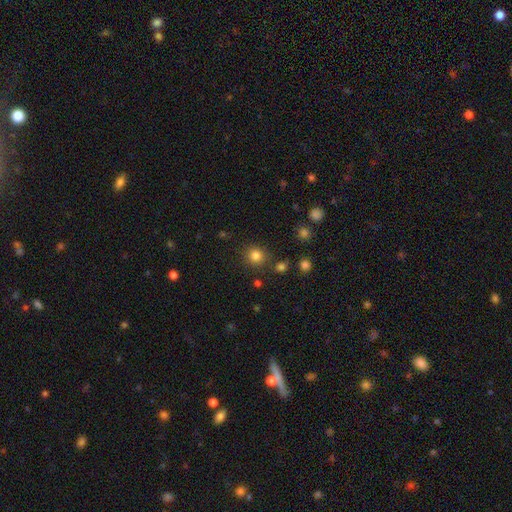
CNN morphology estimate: Q: Smooth or featured?
A: smooth (82%); runner-up: star or artifact (13%)
Q: How rounded?
A: round (88%); runner-up: in between (11%)
Q: Merging?
A: none (85%); runner-up: minor disturbance (8%)